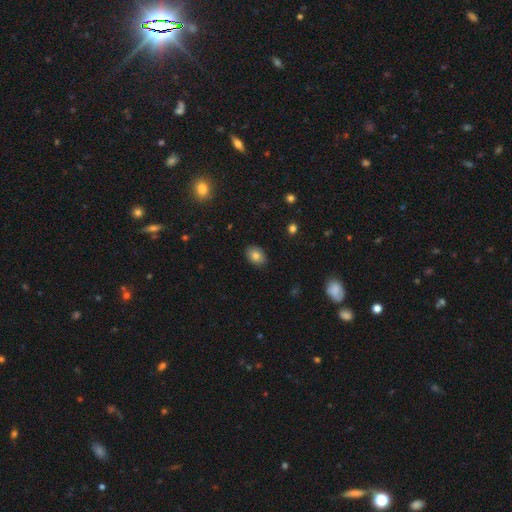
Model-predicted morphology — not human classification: This is clearly a smooth galaxy (82%). How rounded: likely in between (73%). Merging: clearly none (88%).